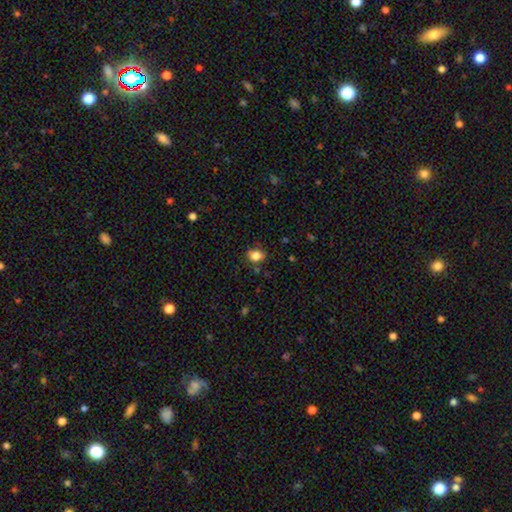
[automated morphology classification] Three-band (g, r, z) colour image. It shows a smooth galaxy with no disk features (83%) that is in between round and cigar-shaped (54%). Merging: none (77%).